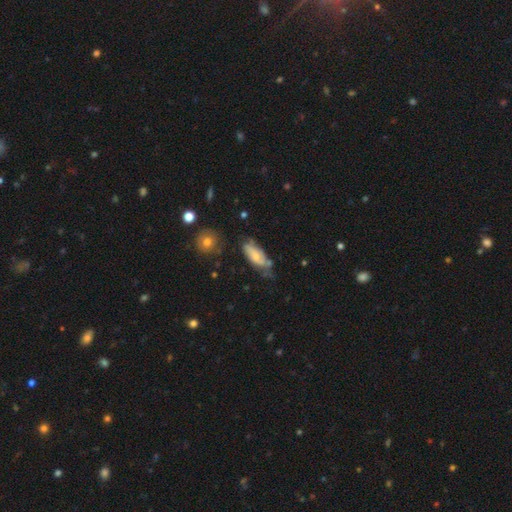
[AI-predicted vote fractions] Smooth or featured: smooth — 52% (featured or disk — 42%)
How rounded: in between — 79% (cigar-shaped — 18%)
Merging: none — 41% (minor disturbance — 36%)